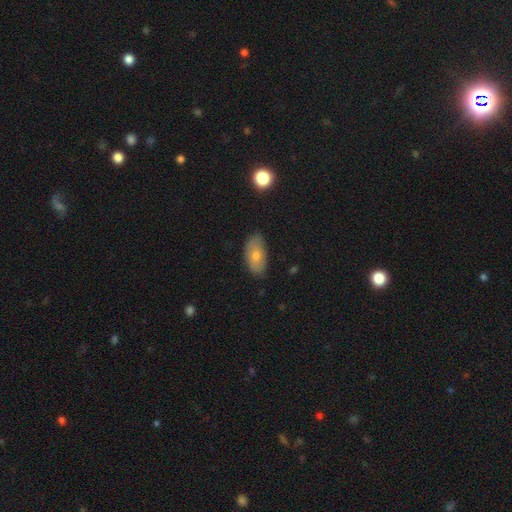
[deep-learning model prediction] A smooth galaxy with no disk features (65%) that is in between round and cigar-shaped (91%).

Vote fractions:
- Smooth or featured? smooth: 65% / featured or disk: 27% / star or artifact: 8%
- How rounded? in between: 91% / round: 5% / cigar-shaped: 4%
- Merging? none: 78% / minor disturbance: 18% / major disturbance: 3% / merger: 1%